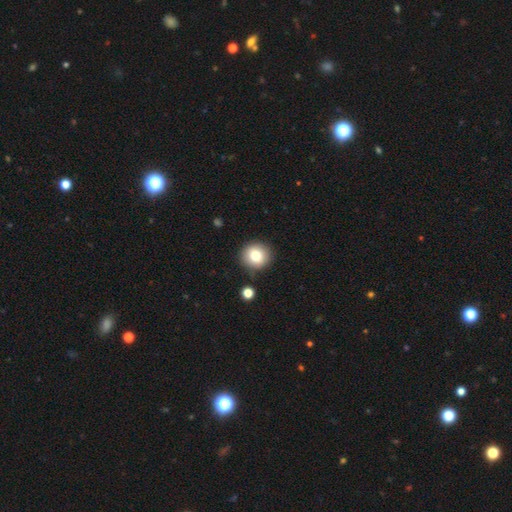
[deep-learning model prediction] This appears to be a smooth galaxy with no disk features (79%) that is round (91%). Merging: none (87%).